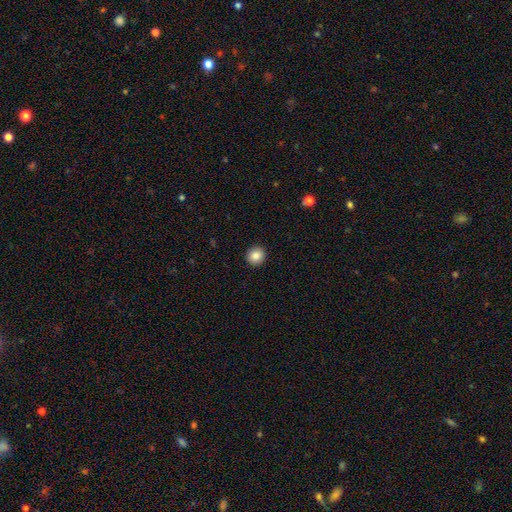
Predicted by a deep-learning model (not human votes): Morphology: type=smooth (86%); roundness=round (93%); merging=none (93%).